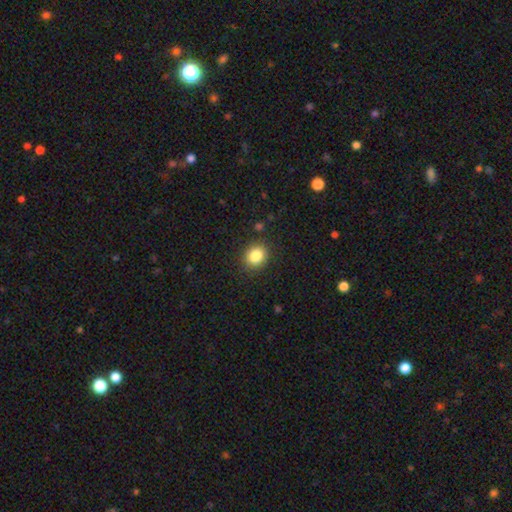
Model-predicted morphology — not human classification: Smooth or featured: smooth — 85% (star or artifact — 10%)
How rounded: round — 68% (in between — 31%)
Merging: none — 88% (minor disturbance — 8%)